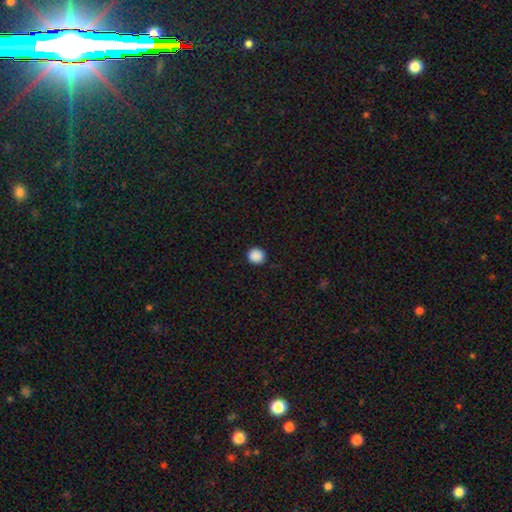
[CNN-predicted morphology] smooth_or_featured: smooth (p=0.89) [alt: star or artifact p=0.09]
how_rounded: round (p=0.93) [alt: in between p=0.06]
merging: none (p=0.92) [alt: minor disturbance p=0.05]